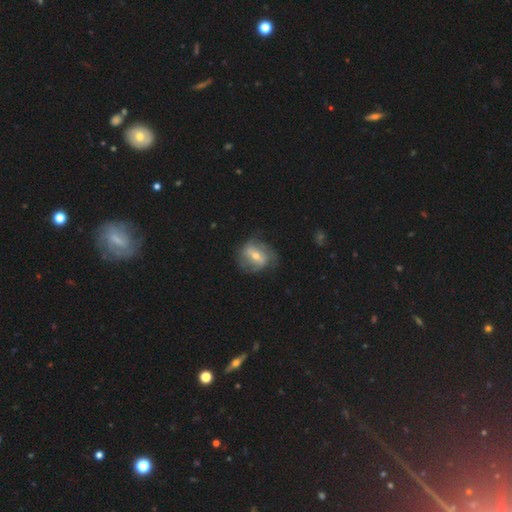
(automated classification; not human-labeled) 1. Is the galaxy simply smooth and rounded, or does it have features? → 70% featured or disk, 23% smooth, 7% star or artifact.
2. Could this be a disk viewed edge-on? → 96% no, 4% yes.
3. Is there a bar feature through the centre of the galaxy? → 43% weak, 35% strong, 22% no.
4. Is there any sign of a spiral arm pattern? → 82% yes, 18% no.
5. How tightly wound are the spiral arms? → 41% medium, 30% loose, 30% tight.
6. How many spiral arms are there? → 51% 2, 24% can't tell, 14% 3, 5% 1, 4% 4, 2% more than 4.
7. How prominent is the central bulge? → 51% moderate, 45% small, 2% large, 1% none, 1% dominant.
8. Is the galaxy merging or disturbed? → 64% none, 22% minor disturbance, 12% major disturbance, 2% merger.